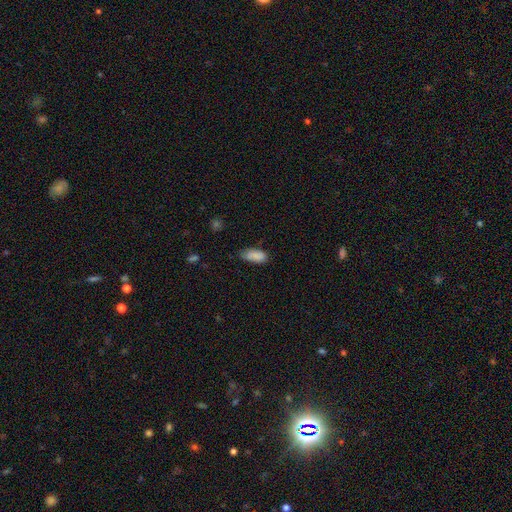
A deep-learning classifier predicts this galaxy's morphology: Q: Smooth or featured?
A: smooth (86%); runner-up: star or artifact (8%)
Q: How rounded?
A: in between (88%); runner-up: cigar-shaped (10%)
Q: Merging?
A: none (61%); runner-up: minor disturbance (31%)